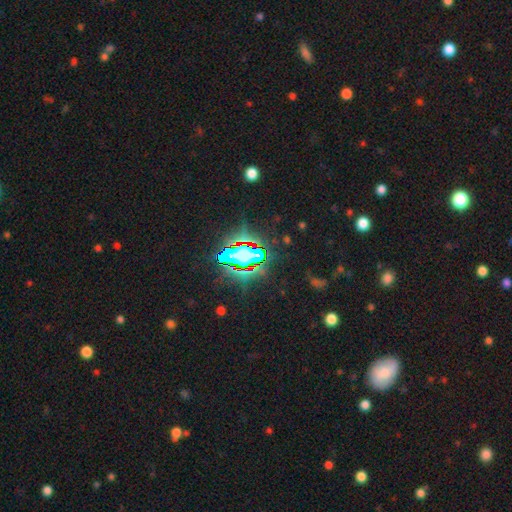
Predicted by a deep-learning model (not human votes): smooth_or_featured: star or artifact (p=0.73) [alt: smooth p=0.15]